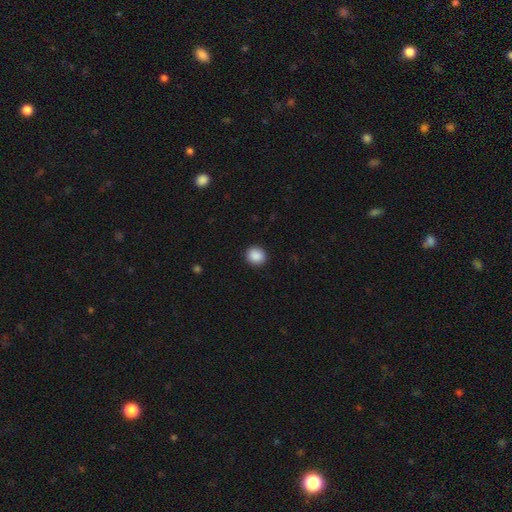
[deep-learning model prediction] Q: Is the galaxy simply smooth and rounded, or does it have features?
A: smooth — 89%.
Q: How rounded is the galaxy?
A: round — 88%.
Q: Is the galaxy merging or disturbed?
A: none — 91%.